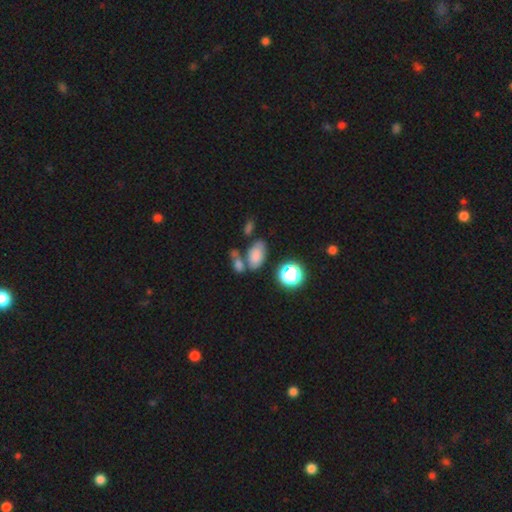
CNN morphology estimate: smooth-or-featured: smooth: 76% | star or artifact: 14% | featured or disk: 10%
  how-rounded: in between: 88% | round: 10% | cigar-shaped: 2%
  merging: none: 50% | merger: 29% | minor disturbance: 15% | major disturbance: 6%